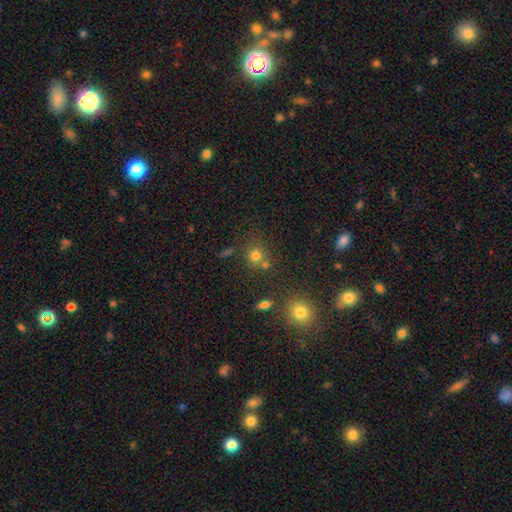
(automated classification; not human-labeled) smooth 73%, star or artifact 18%, featured or disk 9%. Down the decision tree: how rounded — round (86%); merging — none (65%).